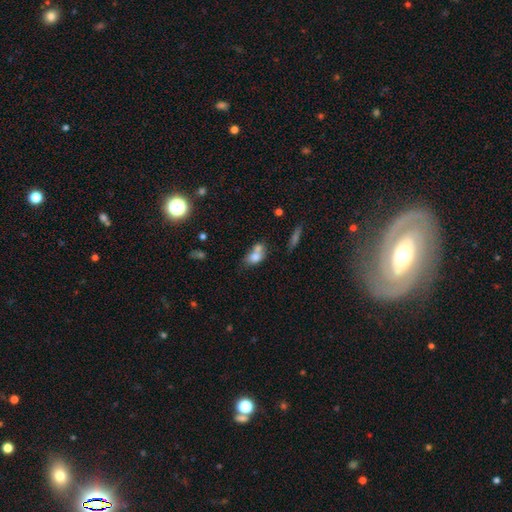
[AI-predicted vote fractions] smooth_or_featured: smooth (p=0.73) [alt: featured or disk p=0.18]
how_rounded: in between (p=0.71) [alt: round p=0.25]
merging: merger (p=0.58) [alt: none p=0.26]